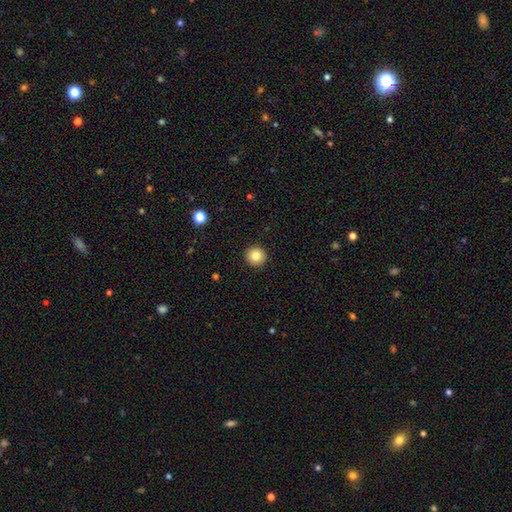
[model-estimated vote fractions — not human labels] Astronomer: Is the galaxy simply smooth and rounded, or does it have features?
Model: smooth — 84%.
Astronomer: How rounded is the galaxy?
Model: round — 95%.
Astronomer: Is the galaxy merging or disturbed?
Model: none — 93%.